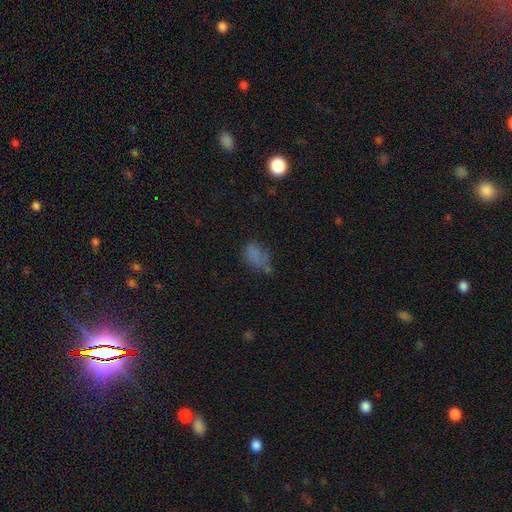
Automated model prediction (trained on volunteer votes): smooth_or_featured: smooth (p=0.69) [alt: star or artifact p=0.18]
how_rounded: in between (p=0.80) [alt: round p=0.17]
merging: none (p=0.43) [alt: minor disturbance p=0.28]